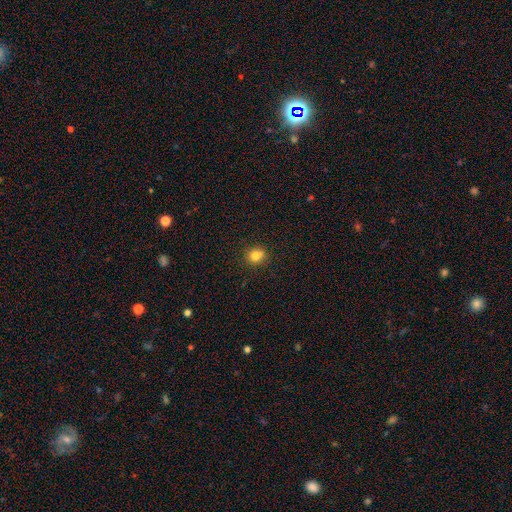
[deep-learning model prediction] This appears to be a smooth galaxy with no disk features (80%) that is round (78%). Merging: none (76%).